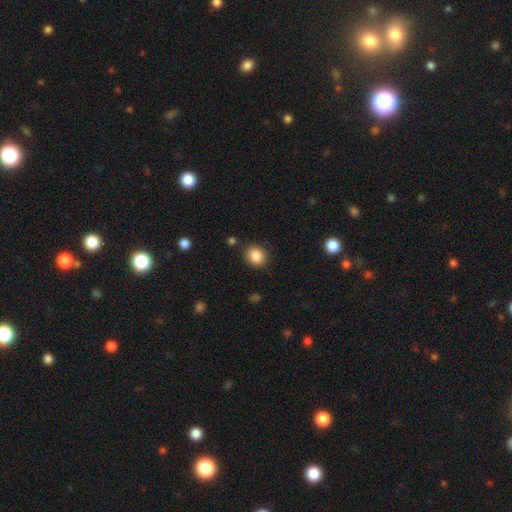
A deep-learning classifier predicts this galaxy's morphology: This appears to be a smooth galaxy with no disk features (86%) that is round (77%). Merging: none (85%).